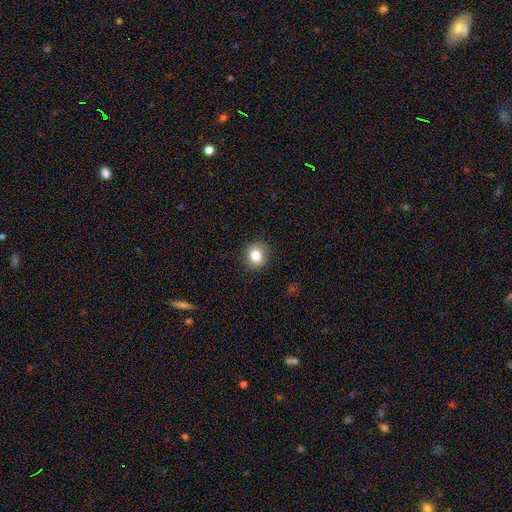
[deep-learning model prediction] This is clearly a smooth galaxy (81%). How rounded: likely round (79%). Merging: clearly none (89%).